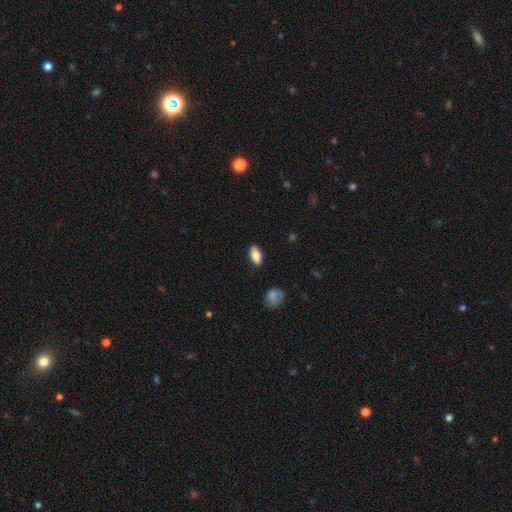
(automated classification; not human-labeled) Smooth or featured: smooth — 84% (featured or disk — 8%)
How rounded: in between — 90% (cigar-shaped — 7%)
Merging: none — 86% (minor disturbance — 11%)